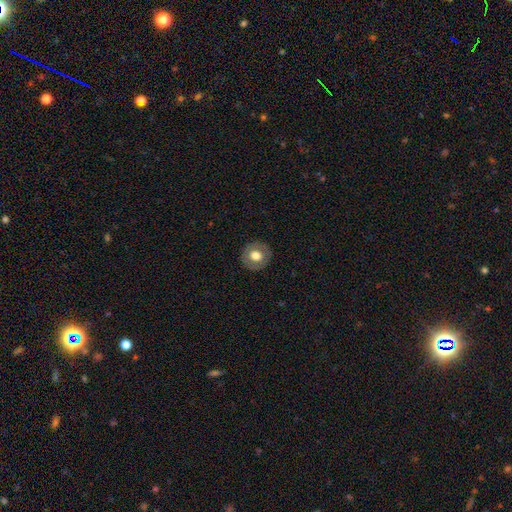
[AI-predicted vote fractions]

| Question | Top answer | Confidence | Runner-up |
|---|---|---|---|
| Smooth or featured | smooth | 68% | featured or disk (24%) |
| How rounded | round | 90% | in between (9%) |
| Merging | none | 90% | minor disturbance (7%) |